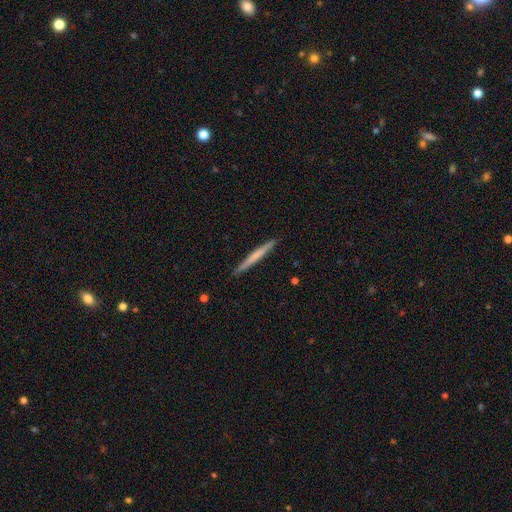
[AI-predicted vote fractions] Q: Smooth or featured?
A: smooth (57%); runner-up: featured or disk (38%)
Q: How rounded?
A: cigar-shaped (97%); runner-up: in between (2%)
Q: Merging?
A: none (91%); runner-up: minor disturbance (6%)